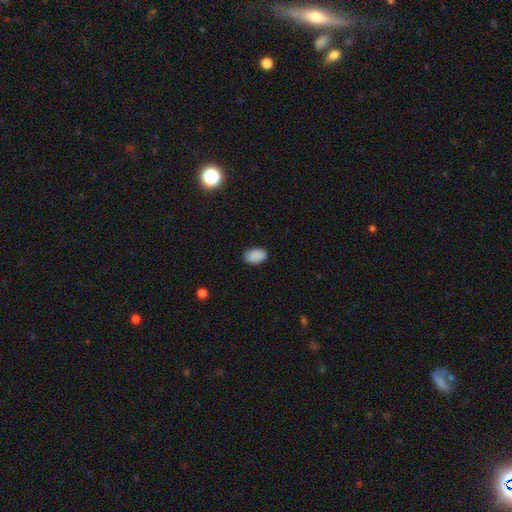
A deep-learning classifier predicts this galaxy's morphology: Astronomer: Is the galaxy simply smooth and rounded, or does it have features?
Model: smooth — 89%.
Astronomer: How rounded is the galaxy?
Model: in between — 90%.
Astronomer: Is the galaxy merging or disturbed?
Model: none — 86%.